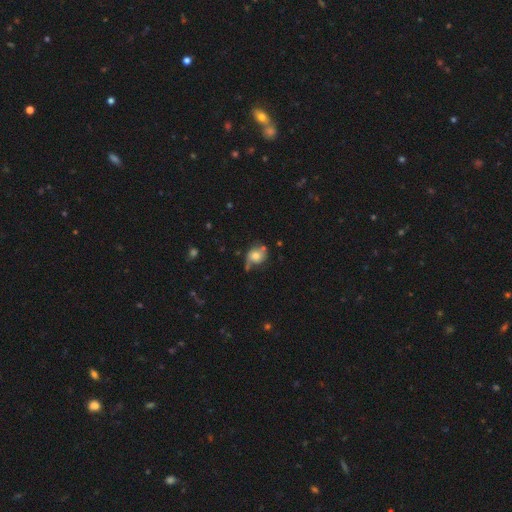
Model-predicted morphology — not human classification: Smooth or featured: smooth — 54% (featured or disk — 35%)
How rounded: round — 62% (in between — 36%)
Merging: none — 46% (minor disturbance — 30%)